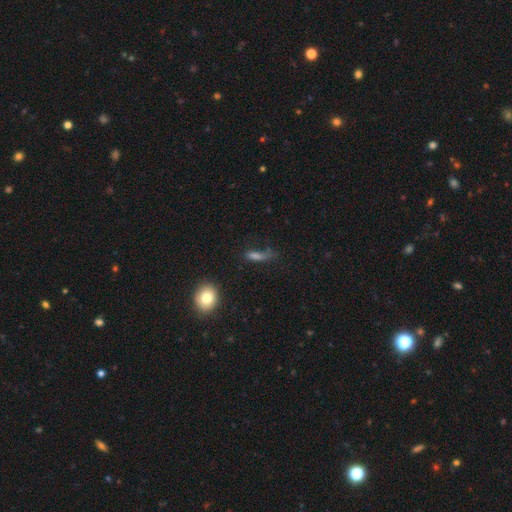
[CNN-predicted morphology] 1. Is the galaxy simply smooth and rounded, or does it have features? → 61% smooth, 20% featured or disk, 18% star or artifact.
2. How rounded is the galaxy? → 50% cigar-shaped, 40% in between, 10% round.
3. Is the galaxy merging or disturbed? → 49% none, 23% major disturbance, 22% minor disturbance, 6% merger.